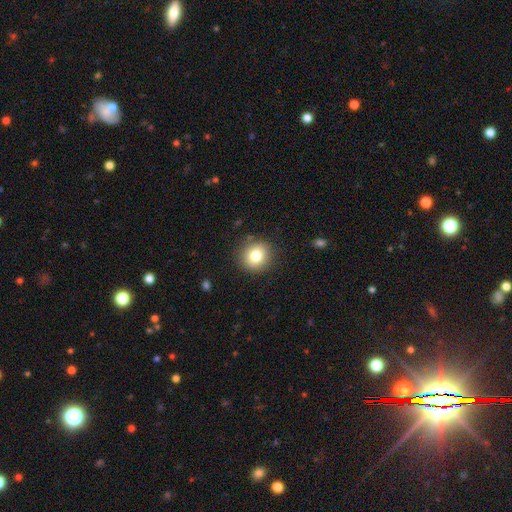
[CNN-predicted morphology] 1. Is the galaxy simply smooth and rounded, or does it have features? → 80% smooth, 11% star or artifact, 9% featured or disk.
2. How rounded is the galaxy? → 88% round, 11% in between, 1% cigar-shaped.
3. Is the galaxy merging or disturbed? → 88% none, 8% minor disturbance, 3% major disturbance, 1% merger.